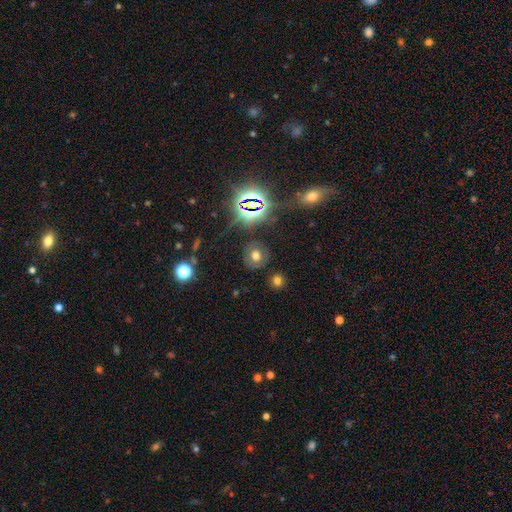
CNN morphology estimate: This is possibly a smooth galaxy (52%). How rounded: likely round (76%). Merging: clearly none (81%).